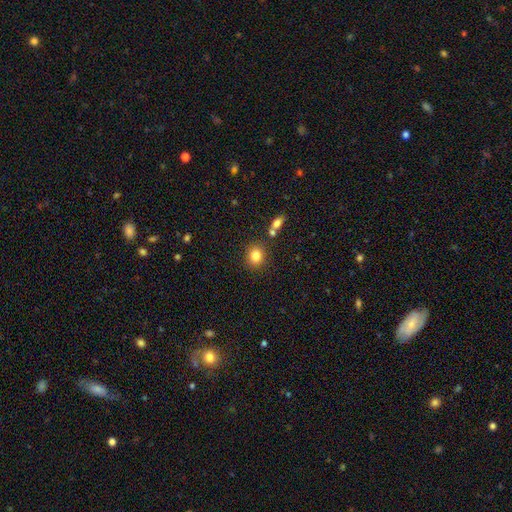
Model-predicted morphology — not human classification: A smooth galaxy with no disk features (83%) that is round (67%).

Vote fractions:
- Smooth or featured? smooth: 83% / star or artifact: 11% / featured or disk: 6%
- How rounded? round: 67% / in between: 32% / cigar-shaped: 1%
- Merging? none: 80% / minor disturbance: 10% / merger: 7% / major disturbance: 3%